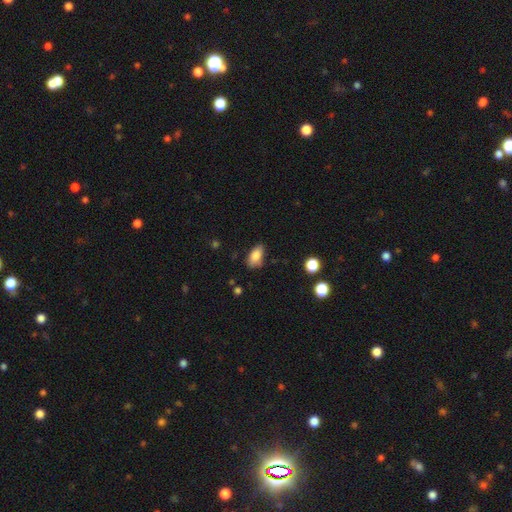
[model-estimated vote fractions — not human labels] This appears to be a smooth galaxy with no disk features (82%) that is in between round and cigar-shaped (90%). Merging: none (65%).